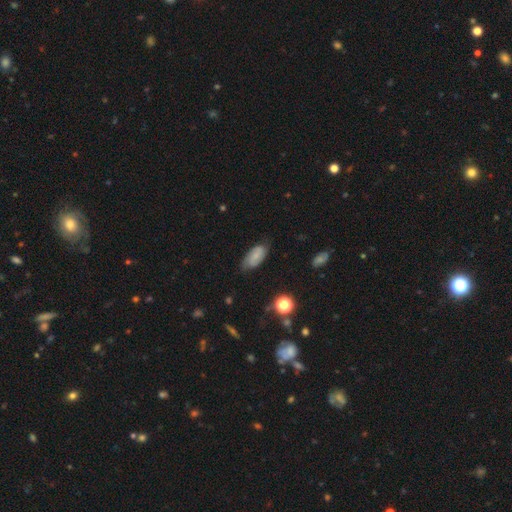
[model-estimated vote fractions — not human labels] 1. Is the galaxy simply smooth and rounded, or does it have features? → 60% smooth, 31% featured or disk, 9% star or artifact.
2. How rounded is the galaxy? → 90% in between, 7% cigar-shaped, 3% round.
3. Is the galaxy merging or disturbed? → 67% none, 25% minor disturbance, 6% major disturbance, 2% merger.